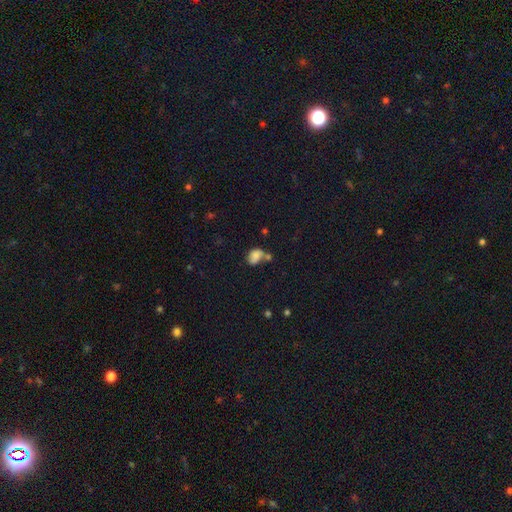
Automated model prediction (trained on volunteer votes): The model was most divided on "merging": merger: 36%, none: 32%, minor disturbance: 21%, major disturbance: 11%. More confident: smooth or featured — smooth (72%); how rounded — in between (65%).